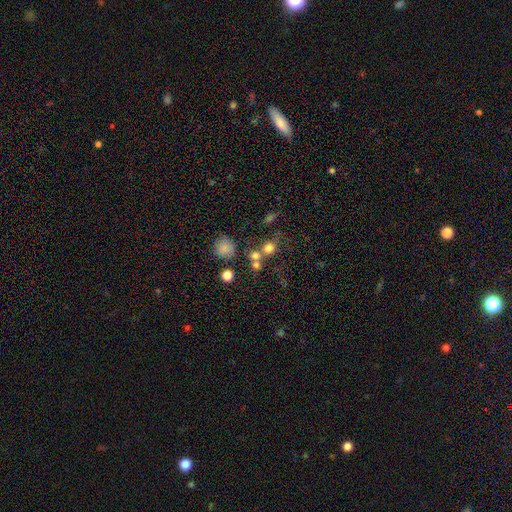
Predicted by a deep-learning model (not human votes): Smooth or featured? Predicted: smooth (p=0.70). How rounded? Predicted: round (p=0.84). Merging? Predicted: none (p=0.48).